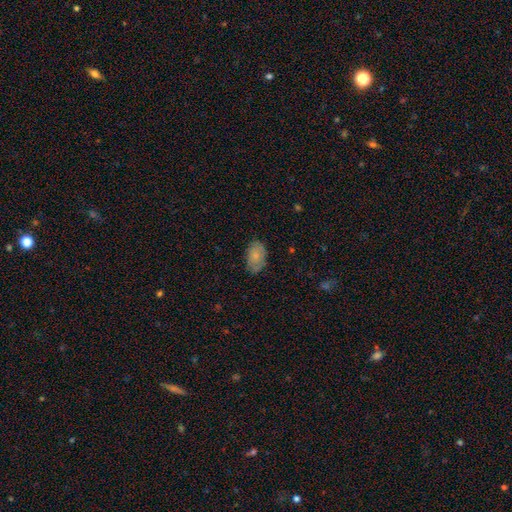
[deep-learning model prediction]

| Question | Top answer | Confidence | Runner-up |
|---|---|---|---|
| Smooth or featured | smooth | 76% | featured or disk (17%) |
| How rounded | in between | 90% | round (8%) |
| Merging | none | 77% | minor disturbance (19%) |